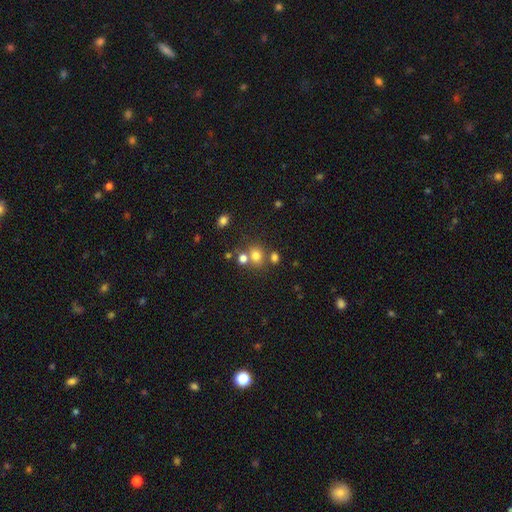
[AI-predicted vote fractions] smooth-or-featured: smooth: 74% | star or artifact: 17% | featured or disk: 10%
  how-rounded: round: 73% | in between: 26% | cigar-shaped: 1%
  merging: none: 57% | merger: 29% | minor disturbance: 10% | major disturbance: 4%